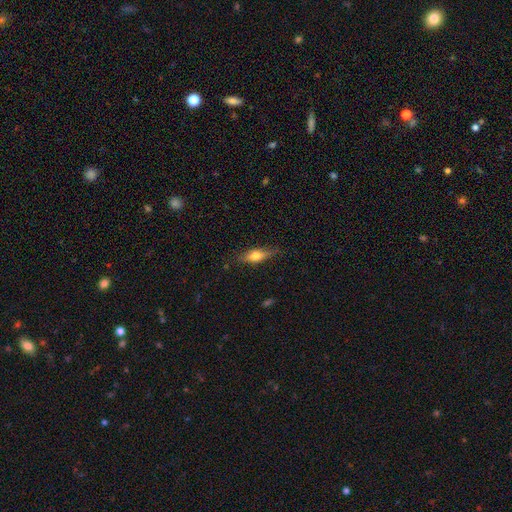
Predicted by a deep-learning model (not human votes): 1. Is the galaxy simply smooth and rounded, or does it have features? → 52% smooth, 41% featured or disk, 7% star or artifact.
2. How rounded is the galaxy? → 48% cigar-shaped (tied), 48% in between (tied), 4% round.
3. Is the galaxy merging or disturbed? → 79% none, 17% minor disturbance, 3% major disturbance, 1% merger.